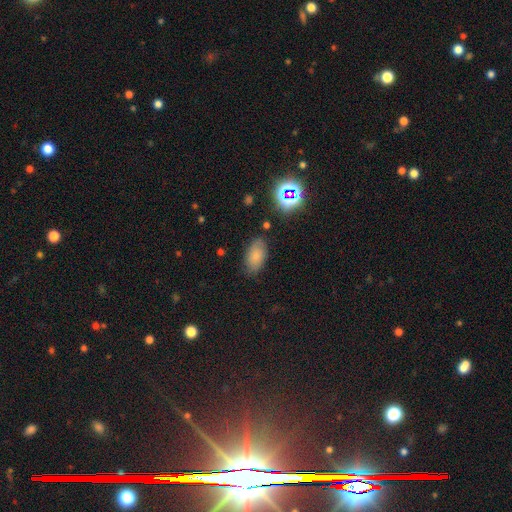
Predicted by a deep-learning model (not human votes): A smooth galaxy with no disk features (76%) that is in between round and cigar-shaped (92%). Merging: none (79%).